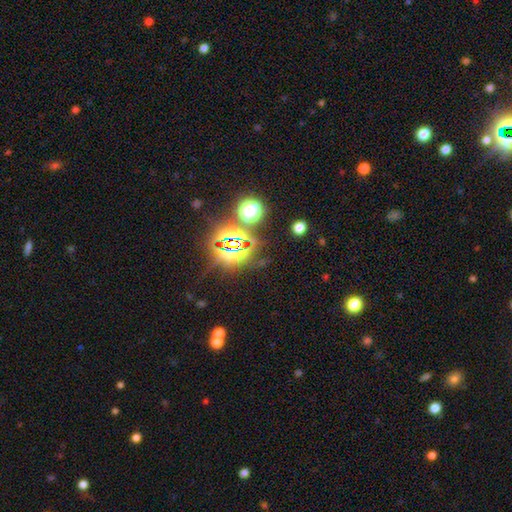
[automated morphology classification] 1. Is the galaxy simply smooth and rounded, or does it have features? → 82% star or artifact, 11% smooth, 7% featured or disk.